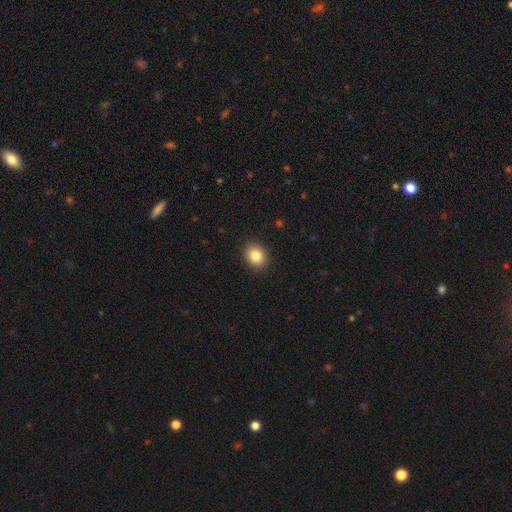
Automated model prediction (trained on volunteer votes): Smooth or featured?
  - smooth: 85% *
  - star or artifact: 9%
  - featured or disk: 6%
How rounded?
  - round: 55% *
  - in between: 44%
  - cigar-shaped: 1%
Merging?
  - none: 90% *
  - minor disturbance: 7%
  - major disturbance: 2%
  - merger: 1%